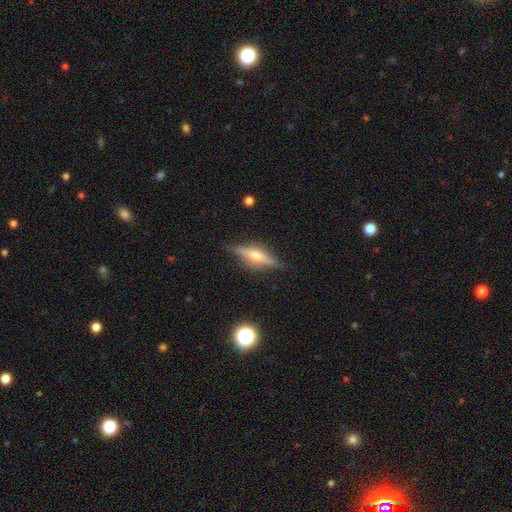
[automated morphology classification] smooth_or_featured: featured or disk (p=0.76) [alt: smooth p=0.17]
disk_edge_on: yes (p=0.96) [alt: no p=0.04]
edge_on_bulge: rounded (p=0.89) [alt: boxy p=0.07]
merging: none (p=0.87) [alt: minor disturbance p=0.10]